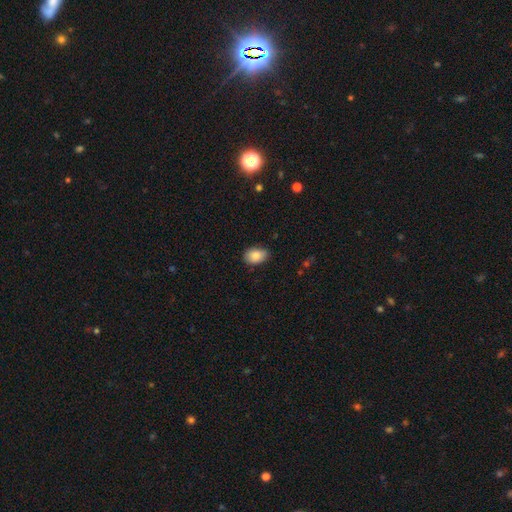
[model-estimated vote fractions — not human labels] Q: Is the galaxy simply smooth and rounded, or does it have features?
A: smooth — 86%.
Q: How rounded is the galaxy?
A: in between — 84%.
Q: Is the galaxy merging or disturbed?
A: none — 78%.